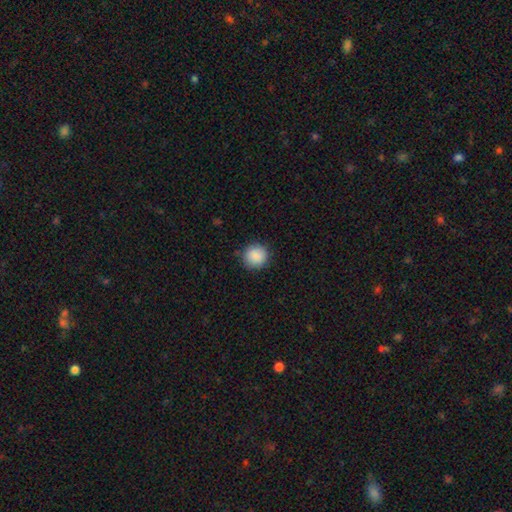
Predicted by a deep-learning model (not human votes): This is clearly a smooth galaxy (89%). How rounded: clearly round (93%). Merging: clearly none (88%).